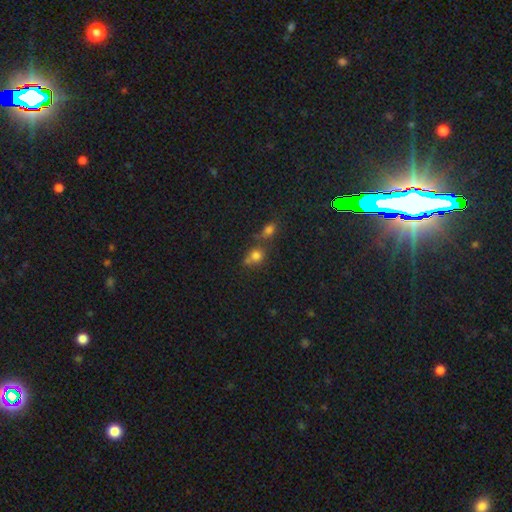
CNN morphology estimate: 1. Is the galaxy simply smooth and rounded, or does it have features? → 74% smooth, 16% star or artifact, 10% featured or disk.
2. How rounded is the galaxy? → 66% round, 32% in between, 2% cigar-shaped.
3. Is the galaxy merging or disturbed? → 41% merger, 40% none, 12% minor disturbance, 6% major disturbance.